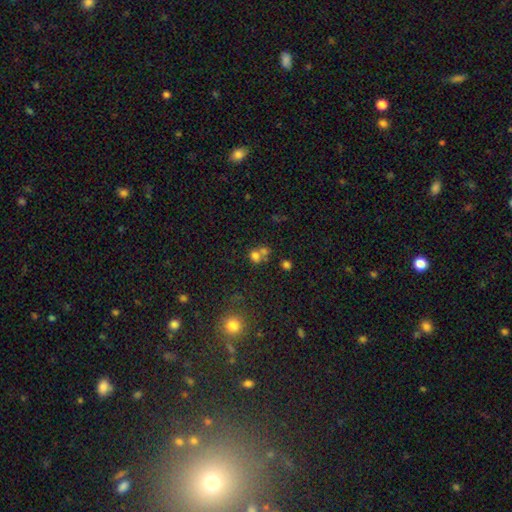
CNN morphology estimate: Smooth or featured? smooth (70%)
How rounded? round (66%)
Merging? merger (53%)